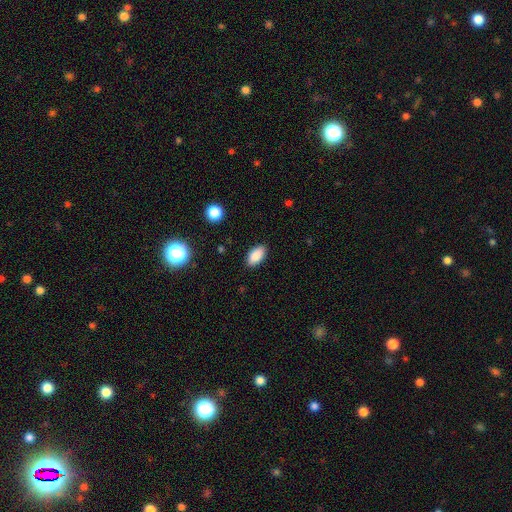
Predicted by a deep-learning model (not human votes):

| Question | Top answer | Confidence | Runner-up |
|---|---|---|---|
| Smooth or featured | smooth | 87% | star or artifact (8%) |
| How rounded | in between | 93% | round (4%) |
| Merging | none | 87% | minor disturbance (10%) |